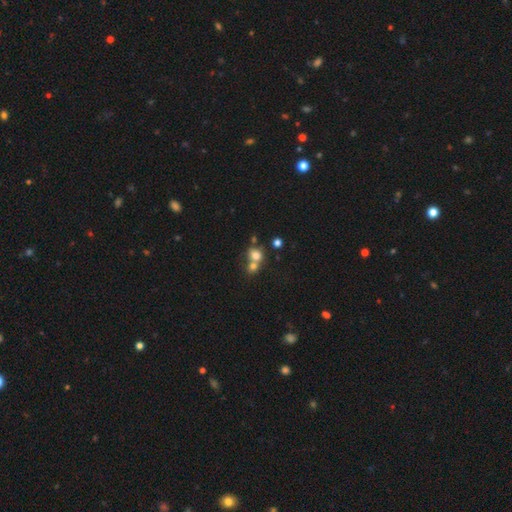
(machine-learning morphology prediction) This appears to be a smooth galaxy with no disk features (73%) that is round (74%). Merging: merger (57%).